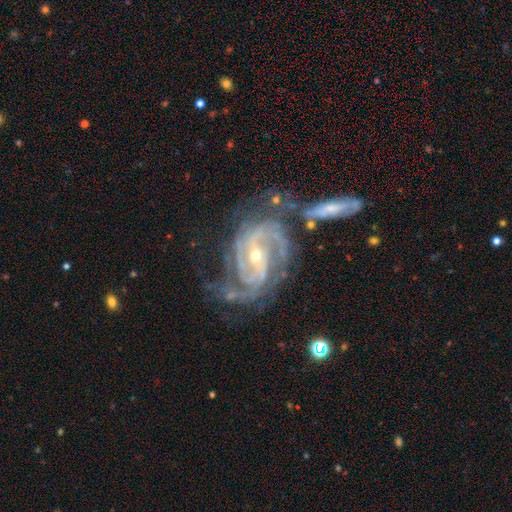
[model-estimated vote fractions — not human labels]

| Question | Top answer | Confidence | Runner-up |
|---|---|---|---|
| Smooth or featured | featured or disk | 92% | star or artifact (5%) |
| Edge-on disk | no | 97% | yes (3%) |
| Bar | weak | 39% | strong (36%) |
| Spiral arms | yes | 98% | no (2%) |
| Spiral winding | tight | 52% | medium (40%) |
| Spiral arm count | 2 | 36% | 3 (29%) |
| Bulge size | small | 66% | moderate (31%) |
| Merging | none | 49% | minor disturbance (21%) |